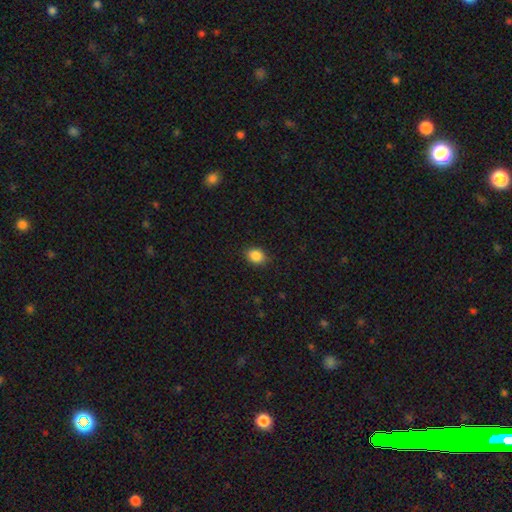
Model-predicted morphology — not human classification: This appears to be a smooth galaxy with no disk features (87%) that is in between round and cigar-shaped (59%). Merging: none (87%).